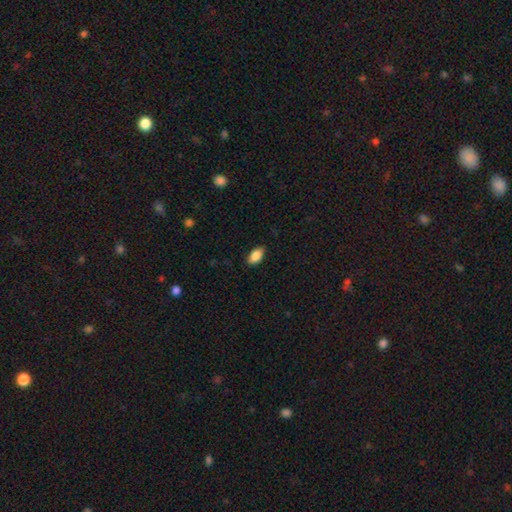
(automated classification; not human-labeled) Smooth or featured? smooth (88%)
How rounded? in between (93%)
Merging? none (88%)